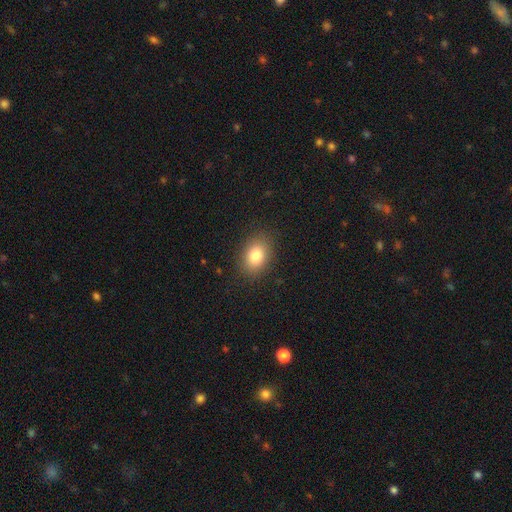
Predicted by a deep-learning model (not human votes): A smooth galaxy with no disk features (82%) that is in between round and cigar-shaped (70%).

Vote fractions:
- Smooth or featured? smooth: 82% / star or artifact: 10% / featured or disk: 8%
- How rounded? in between: 70% / round: 29% / cigar-shaped: 1%
- Merging? none: 87% / minor disturbance: 9% / major disturbance: 3% / merger: 1%